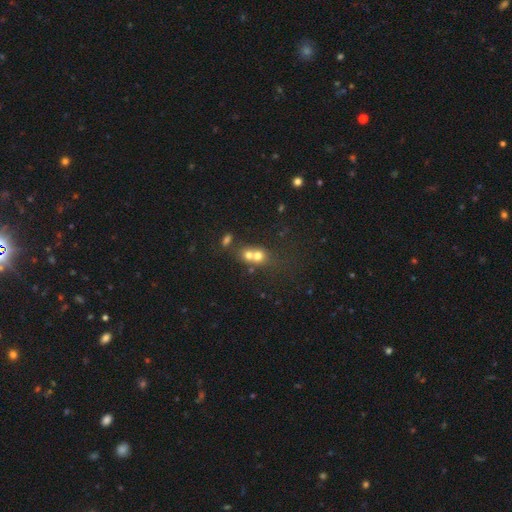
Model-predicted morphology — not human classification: Smooth or featured? smooth (65%)
How rounded? round (74%)
Merging? merger (62%)